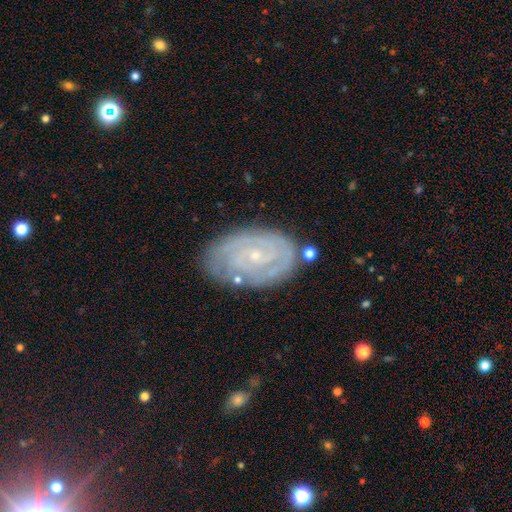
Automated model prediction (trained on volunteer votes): Smooth or featured? Predicted: featured or disk (p=0.85). Edge-on disk? Predicted: no (p=0.96). Bar? Predicted: no (p=0.66). Spiral arms? Predicted: yes (p=0.96). Spiral winding? Predicted: tight (p=0.80). Spiral arm count? Predicted: 2 (p=0.39). Bulge size? Predicted: small (p=0.83). Merging? Predicted: none (p=0.76).